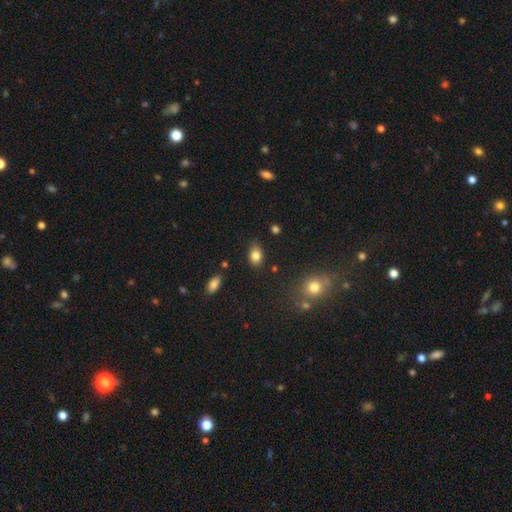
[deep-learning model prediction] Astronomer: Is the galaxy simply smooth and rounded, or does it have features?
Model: smooth — 83%.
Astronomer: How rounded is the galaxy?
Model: in between — 79%.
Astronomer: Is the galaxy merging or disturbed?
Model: none — 77%.